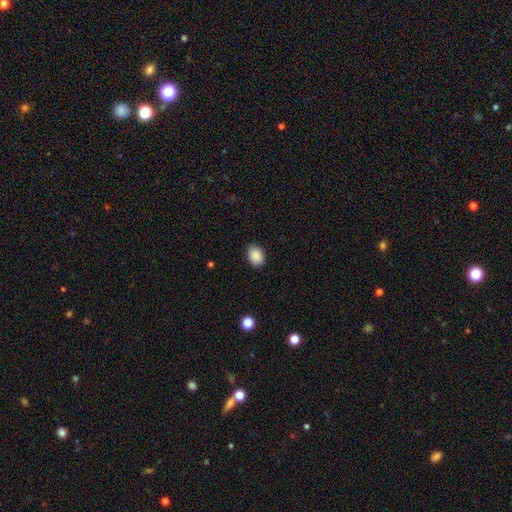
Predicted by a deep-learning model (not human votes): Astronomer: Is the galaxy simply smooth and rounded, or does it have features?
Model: smooth — 89%.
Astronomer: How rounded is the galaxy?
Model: in between — 70%.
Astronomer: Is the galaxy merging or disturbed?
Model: none — 83%.